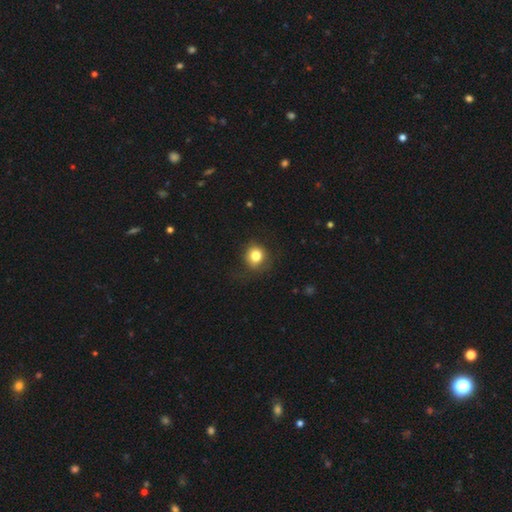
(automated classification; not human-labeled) The model was most divided on "merging": none: 78%, minor disturbance: 15%, major disturbance: 6%, merger: 1%. More confident: how rounded — round (84%); smooth or featured — smooth (80%).